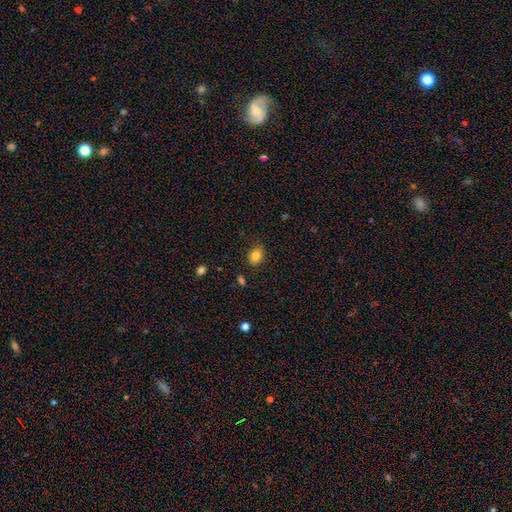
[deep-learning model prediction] A smooth galaxy with no disk features (84%) that is in between round and cigar-shaped (62%).

Vote fractions:
- Smooth or featured? smooth: 84% / star or artifact: 10% / featured or disk: 6%
- How rounded? in between: 62% / round: 37% / cigar-shaped: 1%
- Merging? none: 83% / minor disturbance: 12% / major disturbance: 3% / merger: 2%